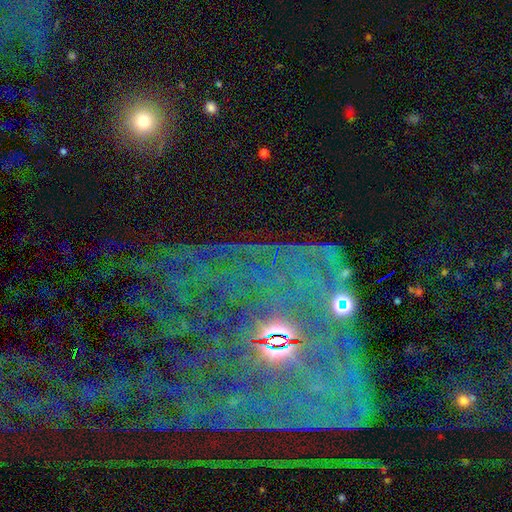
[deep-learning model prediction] A star or artifact, not a galaxy (67%).

Vote fractions:
- Smooth or featured? star or artifact: 67% / featured or disk: 18% / smooth: 14%